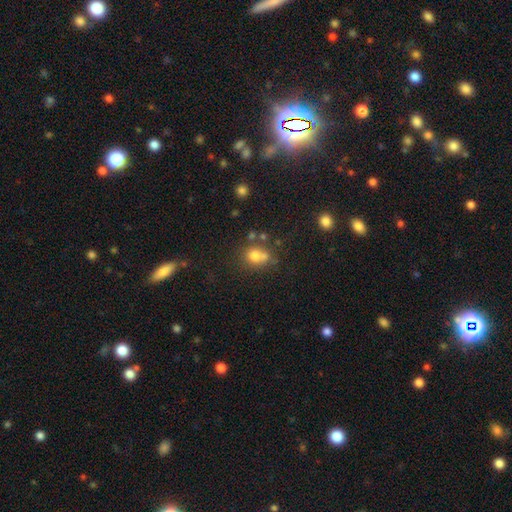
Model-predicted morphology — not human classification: Smooth or featured?
  - smooth: 72% *
  - star or artifact: 15%
  - featured or disk: 13%
How rounded?
  - round: 73% *
  - in between: 26%
  - cigar-shaped: 1%
Merging?
  - none: 46% *
  - merger: 33%
  - minor disturbance: 14%
  - major disturbance: 7%